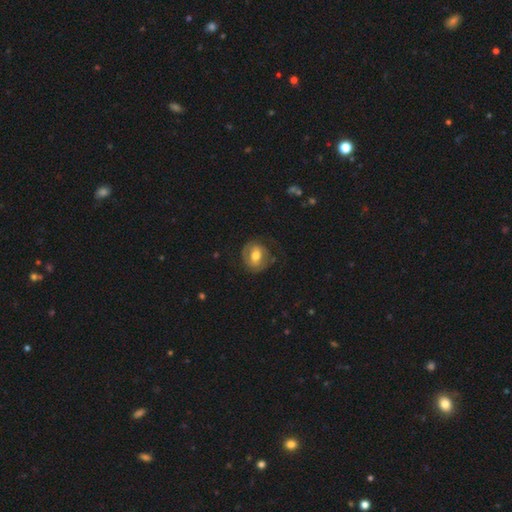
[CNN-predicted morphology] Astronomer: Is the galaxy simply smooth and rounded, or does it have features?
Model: smooth — 50% (runner-up: featured or disk, 43%).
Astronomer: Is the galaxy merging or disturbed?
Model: none — 69%.